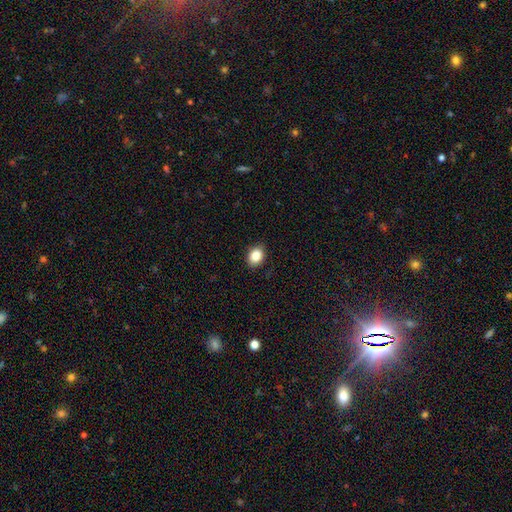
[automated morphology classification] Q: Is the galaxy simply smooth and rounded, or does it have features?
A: smooth — 85%.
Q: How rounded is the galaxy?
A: in between — 65%.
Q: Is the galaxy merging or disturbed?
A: none — 89%.